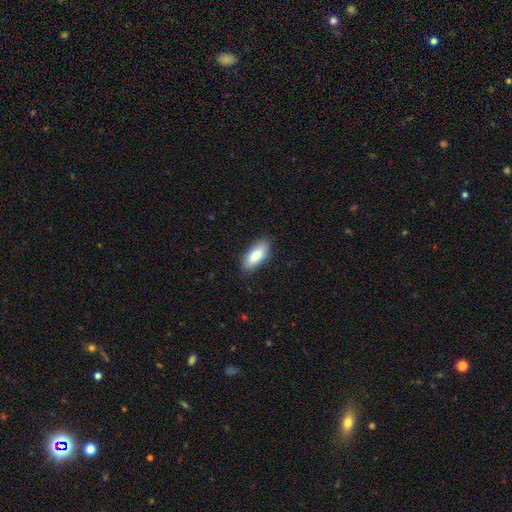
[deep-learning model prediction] Morphology: type=smooth (84%); roundness=in between (82%); merging=none (84%).